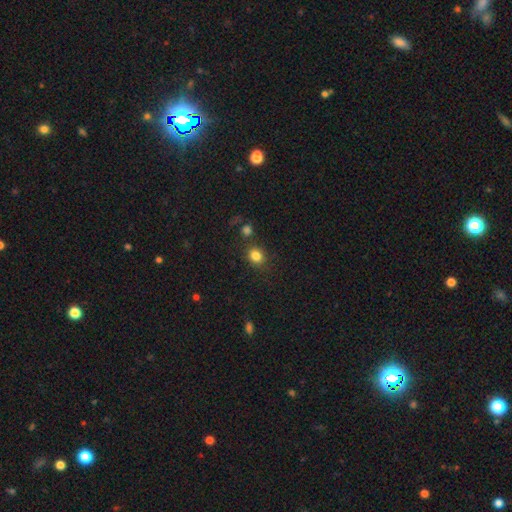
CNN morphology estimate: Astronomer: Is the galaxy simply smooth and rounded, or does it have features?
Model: smooth — 82%.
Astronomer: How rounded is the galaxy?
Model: round — 69%.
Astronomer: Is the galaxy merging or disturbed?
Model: none — 78%.